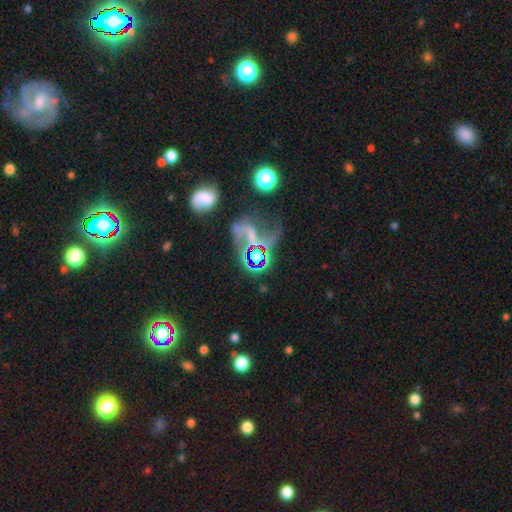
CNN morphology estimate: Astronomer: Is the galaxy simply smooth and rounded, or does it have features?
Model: star or artifact — 43% (runner-up: featured or disk, 41%).